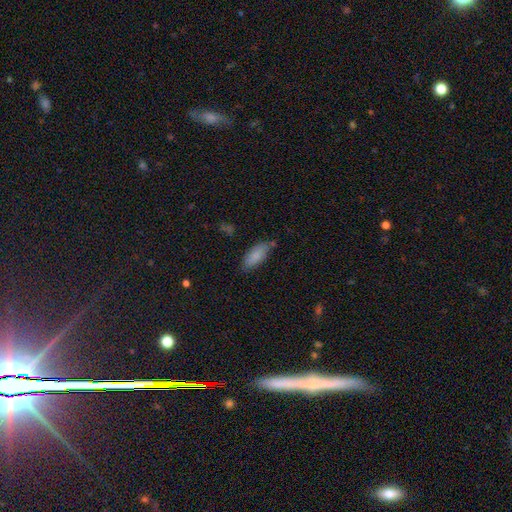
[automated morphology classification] Overall: smooth (85%). How rounded: in between (82%). Merging: none (70%).